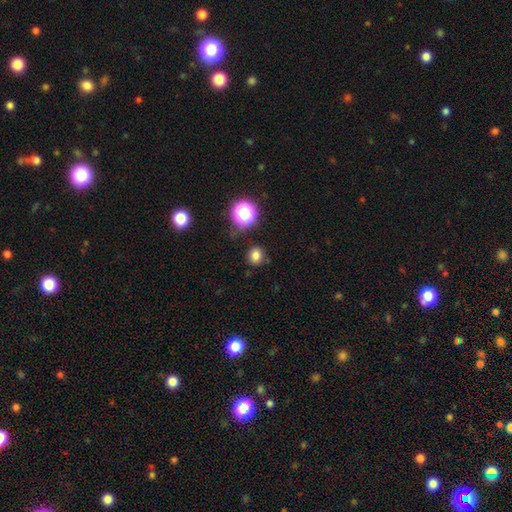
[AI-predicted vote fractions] Q: Smooth or featured?
A: smooth (79%); runner-up: star or artifact (16%)
Q: How rounded?
A: round (75%); runner-up: in between (24%)
Q: Merging?
A: none (84%); runner-up: minor disturbance (11%)